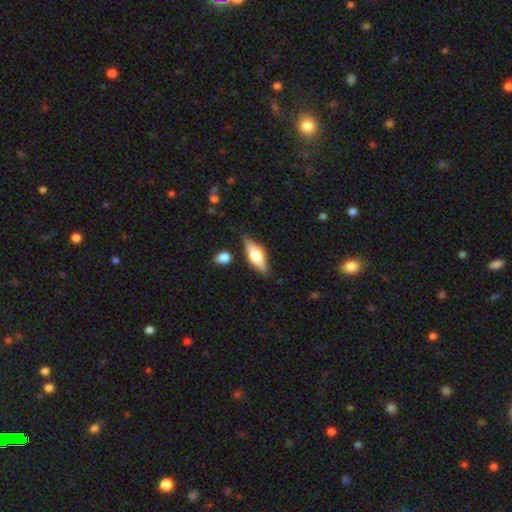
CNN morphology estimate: Q: Smooth or featured?
A: featured or disk (52%); runner-up: smooth (42%)
Q: Edge-on disk?
A: yes (92%); runner-up: no (8%)
Q: Merging?
A: none (82%); runner-up: minor disturbance (12%)